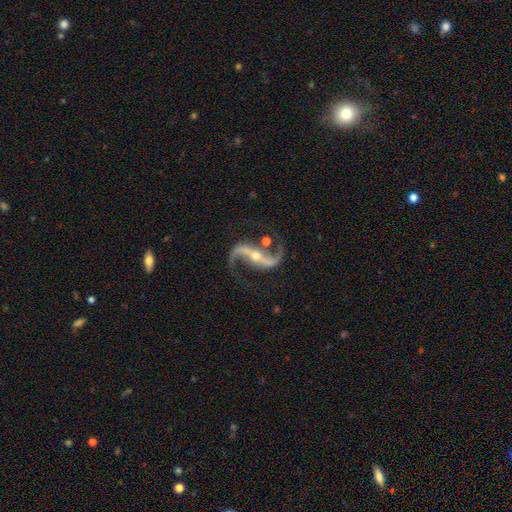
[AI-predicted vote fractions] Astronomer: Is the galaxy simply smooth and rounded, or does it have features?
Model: featured or disk — 93%.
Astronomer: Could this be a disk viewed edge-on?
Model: no — 96%.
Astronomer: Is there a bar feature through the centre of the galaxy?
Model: strong — 60%.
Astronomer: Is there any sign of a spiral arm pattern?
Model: yes — 98%.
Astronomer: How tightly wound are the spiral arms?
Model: loose — 70%.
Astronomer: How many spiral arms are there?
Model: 2 — 94%.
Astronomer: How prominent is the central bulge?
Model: small — 53% (runner-up: moderate, 43%).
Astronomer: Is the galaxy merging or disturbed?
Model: none — 79%.